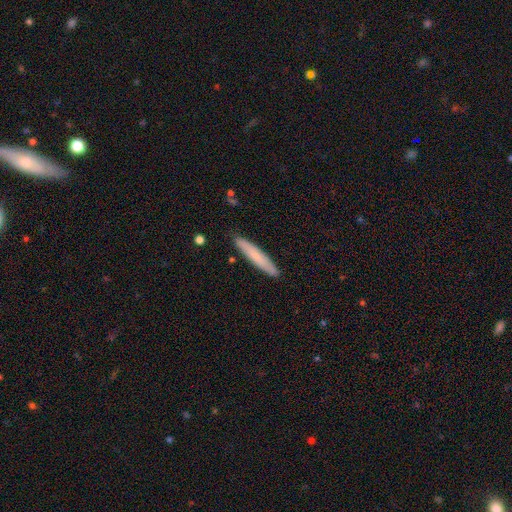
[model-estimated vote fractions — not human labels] Smooth or featured: smooth — 74% (featured or disk — 20%)
How rounded: cigar-shaped — 93% (in between — 6%)
Merging: none — 89% (minor disturbance — 9%)